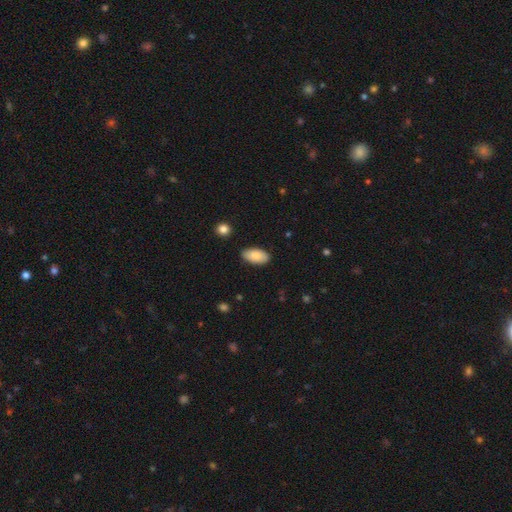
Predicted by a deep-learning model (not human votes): A smooth galaxy with no disk features (86%) that is in between round and cigar-shaped (95%). Merging: none (83%).